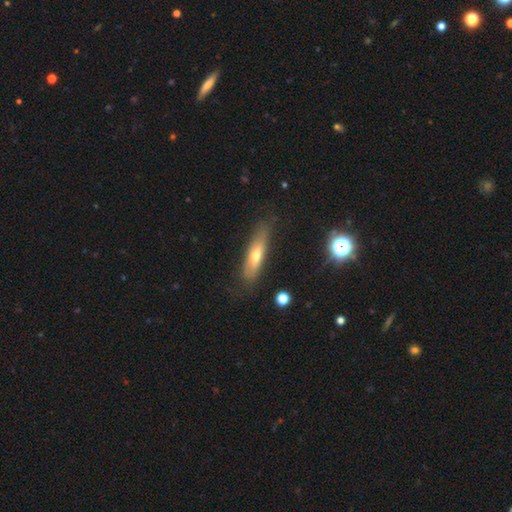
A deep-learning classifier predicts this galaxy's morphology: This appears to be a smooth galaxy with no disk features (49%). Merging: none (76%).